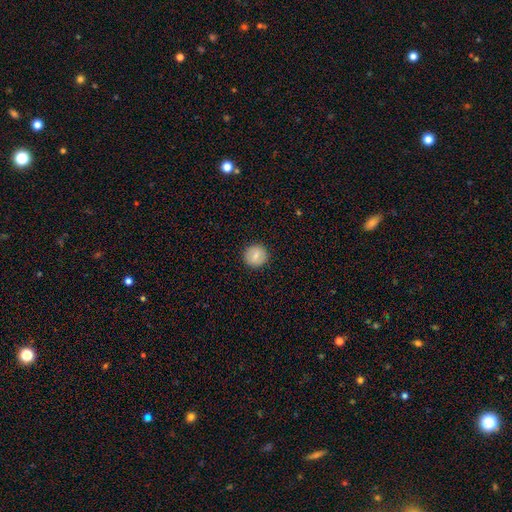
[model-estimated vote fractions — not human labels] smooth-or-featured: smooth: 82% | featured or disk: 11% | star or artifact: 7%
  how-rounded: round: 93% | in between: 6% | cigar-shaped: 1%
  merging: none: 92% | minor disturbance: 5% | major disturbance: 2% | merger: 1%